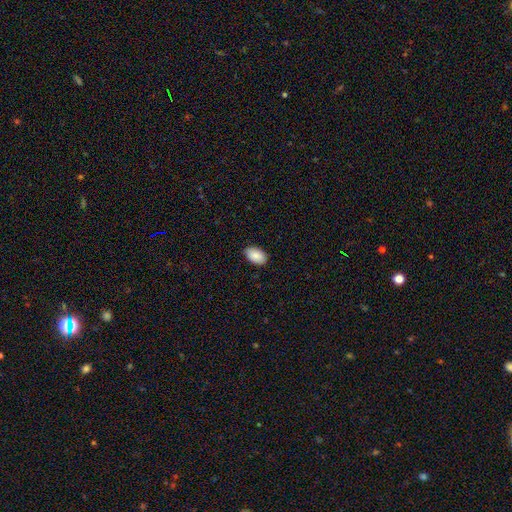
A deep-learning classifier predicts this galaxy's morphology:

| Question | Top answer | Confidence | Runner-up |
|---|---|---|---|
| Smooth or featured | smooth | 89% | star or artifact (6%) |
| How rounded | in between | 94% | round (5%) |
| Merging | none | 87% | minor disturbance (10%) |